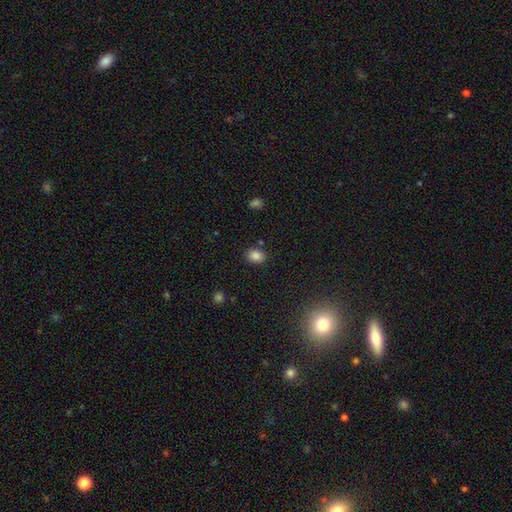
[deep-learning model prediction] A smooth galaxy with no disk features (84%) that is in between round and cigar-shaped (61%).

Vote fractions:
- Smooth or featured? smooth: 84% / star or artifact: 11% / featured or disk: 5%
- How rounded? in between: 61% / round: 39% / cigar-shaped: 1%
- Merging? none: 83% / minor disturbance: 11% / merger: 4% / major disturbance: 3%